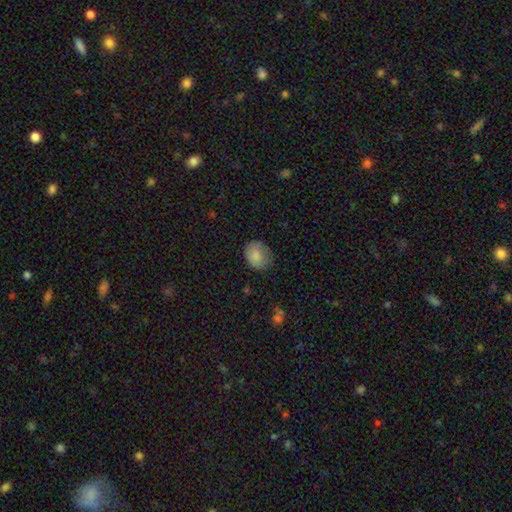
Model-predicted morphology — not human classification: Q: Smooth or featured?
A: smooth (83%); runner-up: featured or disk (8%)
Q: How rounded?
A: round (52%); runner-up: in between (48%)
Q: Merging?
A: none (67%); runner-up: minor disturbance (25%)